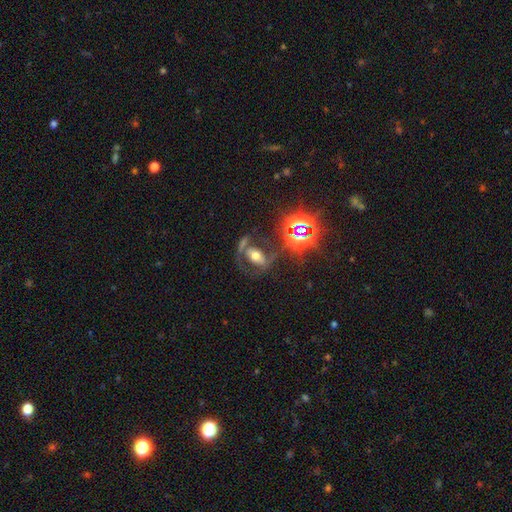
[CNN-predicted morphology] smooth_or_featured: featured or disk (p=0.50) [alt: smooth p=0.26]
disk_edge_on: no (p=0.88) [alt: yes p=0.12]
merging: none (p=0.53) [alt: major disturbance p=0.20]